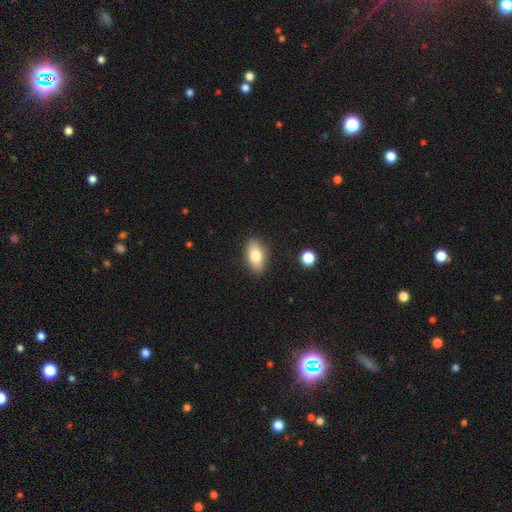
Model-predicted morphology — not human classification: Overall: smooth (77%). How rounded: in between (88%). Merging: none (86%).